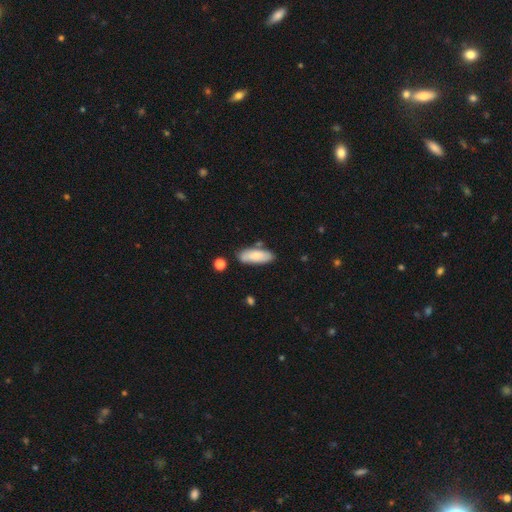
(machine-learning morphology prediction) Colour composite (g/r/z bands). It shows a smooth galaxy with no disk features (77%) that is in between round and cigar-shaped (73%). Merging: none (74%).